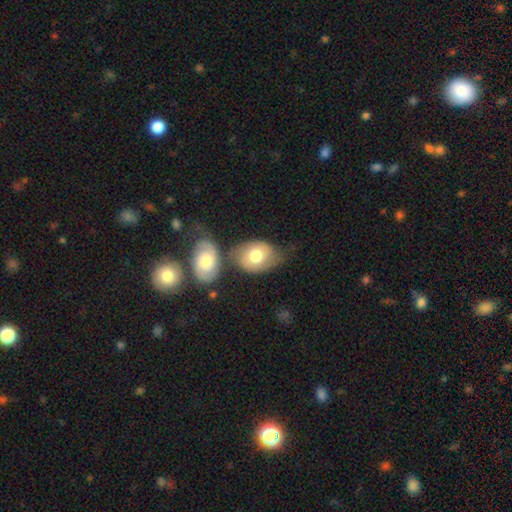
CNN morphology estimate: Overall: smooth (54%; featured or disk 39%). How rounded: in between (73%). Merging: none (44%; merger 30%).